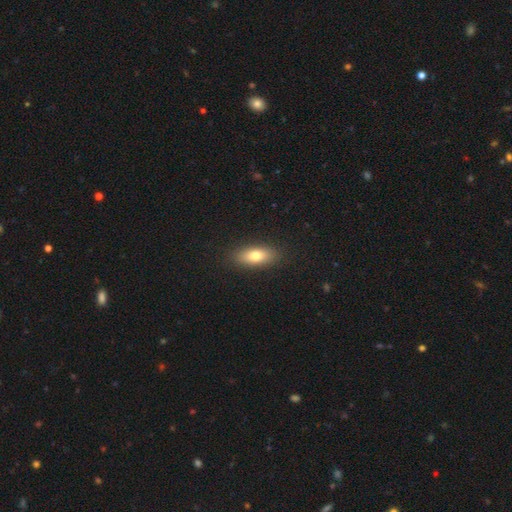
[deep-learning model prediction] smooth 74%, featured or disk 19%, star or artifact 8%. Down the decision tree: how rounded — in between (77%); merging — none (88%).